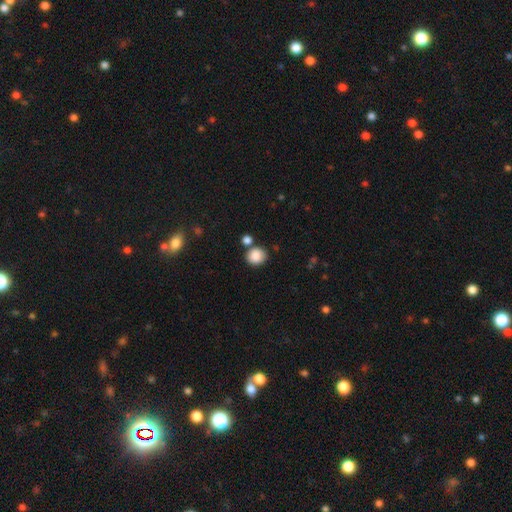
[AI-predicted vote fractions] smooth 86%, star or artifact 9%, featured or disk 6%. Down the decision tree: how rounded — round (80%); merging — none (70%).